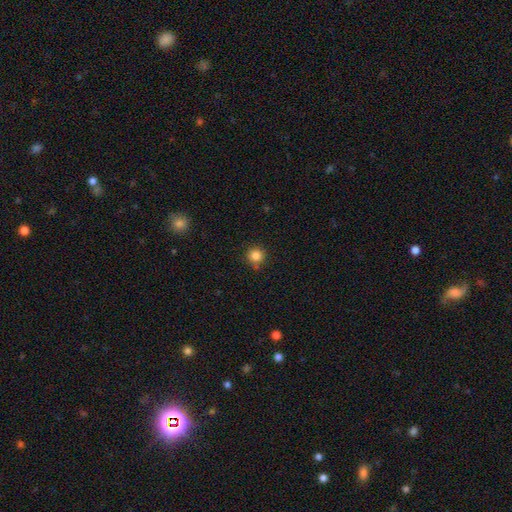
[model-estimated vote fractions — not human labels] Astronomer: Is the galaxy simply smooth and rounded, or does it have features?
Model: smooth — 84%.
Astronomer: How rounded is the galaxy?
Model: round — 94%.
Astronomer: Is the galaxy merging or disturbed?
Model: none — 81%.